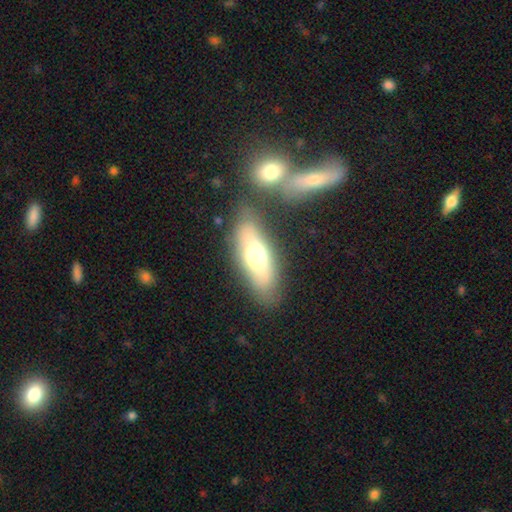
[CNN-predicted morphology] Overall: smooth (59%; featured or disk 33%). How rounded: in between (64%; cigar-shaped 33%). Merging: none (73%).